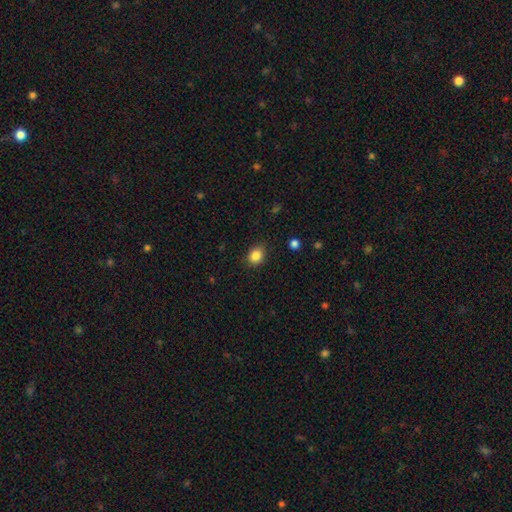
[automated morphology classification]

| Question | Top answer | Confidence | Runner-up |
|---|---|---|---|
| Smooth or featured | smooth | 85% | star or artifact (10%) |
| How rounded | round | 57% | in between (42%) |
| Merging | none | 87% | minor disturbance (10%) |